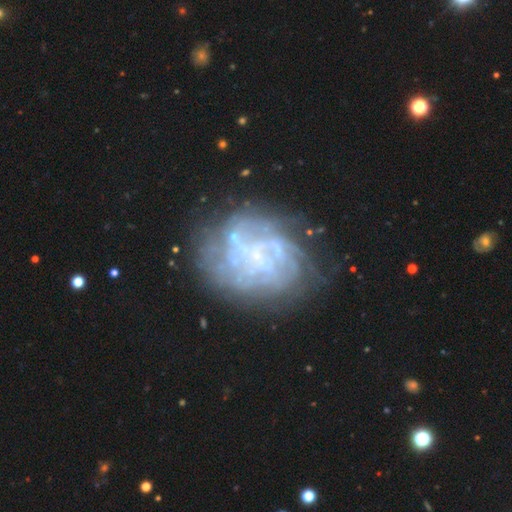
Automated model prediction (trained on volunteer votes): Smooth or featured?
  - featured or disk: 68% *
  - smooth: 17%
  - star or artifact: 15%
Edge-on disk?
  - no: 98% *
  - yes: 2%
Bar?
  - no: 80% *
  - weak: 15%
  - strong: 6%
Spiral arms?
  - no: 58% *
  - yes: 42%
Bulge size?
  - none: 66% *
  - small: 25%
  - moderate: 7%
  - large: 2%
  - dominant: 1%
Merging?
  - none: 61% *
  - minor disturbance: 17%
  - major disturbance: 17%
  - merger: 5%